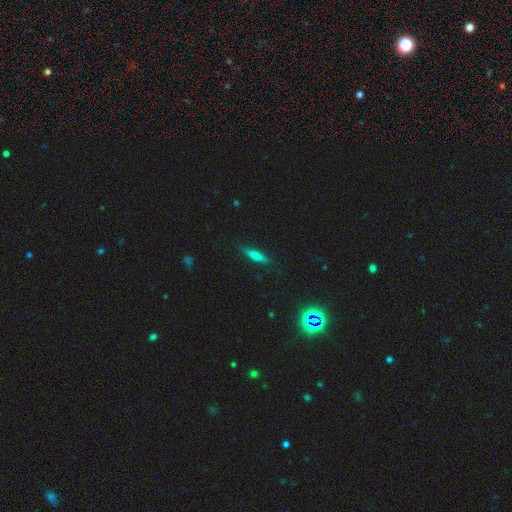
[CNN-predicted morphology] Smooth or featured? smooth (47%)
Merging? none (85%)